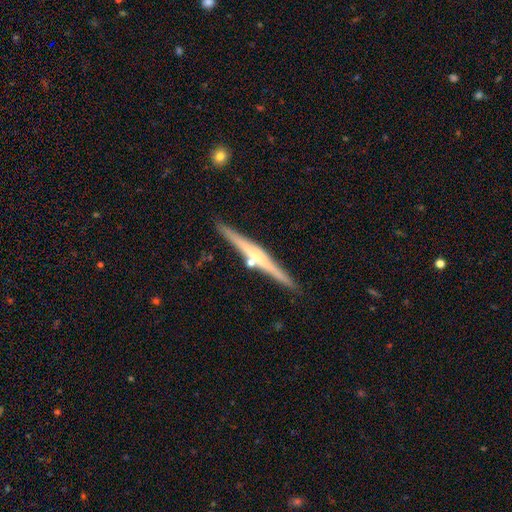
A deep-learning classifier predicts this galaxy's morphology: Smooth or featured? Predicted: featured or disk (p=0.70). Edge-on disk? Predicted: yes (p=0.98). Edge-on bulge? Predicted: rounded (p=0.64). Merging? Predicted: none (p=0.85).